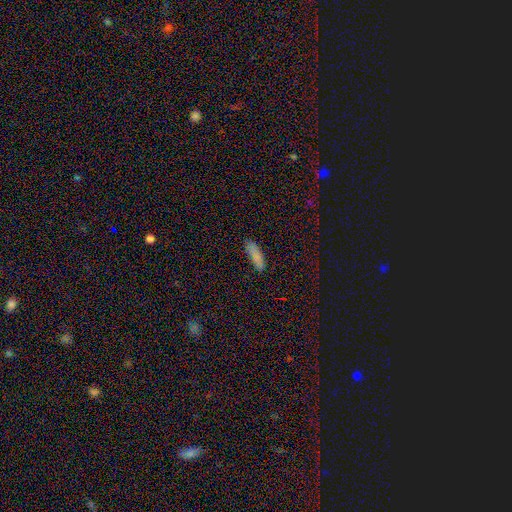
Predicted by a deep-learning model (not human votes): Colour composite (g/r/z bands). It shows a smooth galaxy with no disk features (85%) that is cigar-shaped (64%). Merging: none (85%).